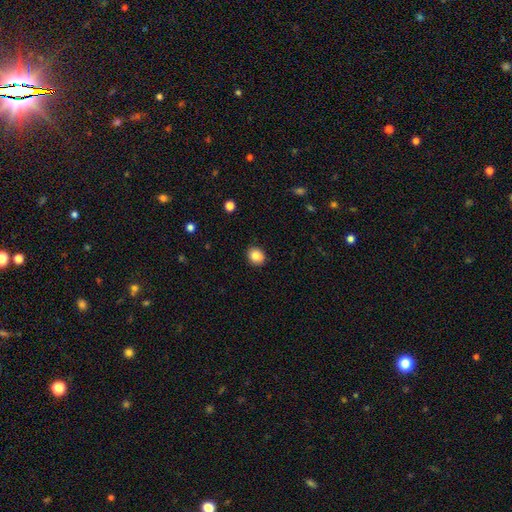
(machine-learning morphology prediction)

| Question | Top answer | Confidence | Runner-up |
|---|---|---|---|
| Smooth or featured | smooth | 82% | star or artifact (10%) |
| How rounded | round | 67% | in between (32%) |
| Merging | none | 84% | minor disturbance (11%) |